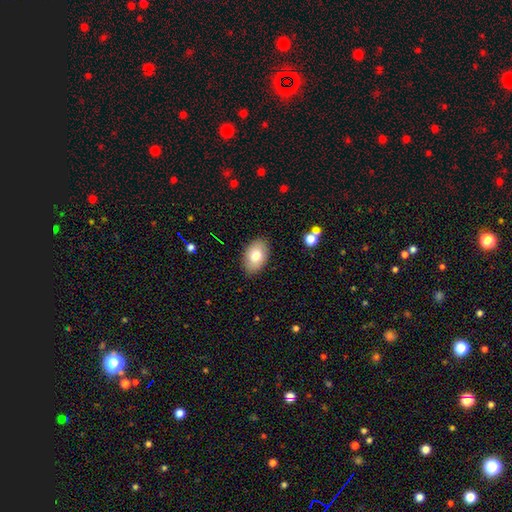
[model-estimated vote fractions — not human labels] Smooth or featured? smooth (78%)
How rounded? in between (90%)
Merging? none (87%)